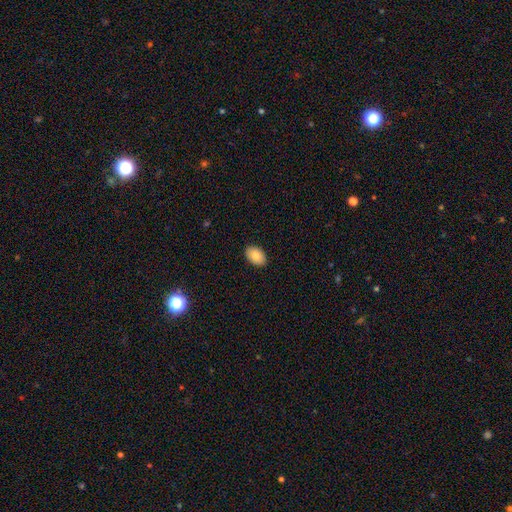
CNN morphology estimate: Smooth or featured? smooth (87%)
How rounded? in between (88%)
Merging? none (90%)